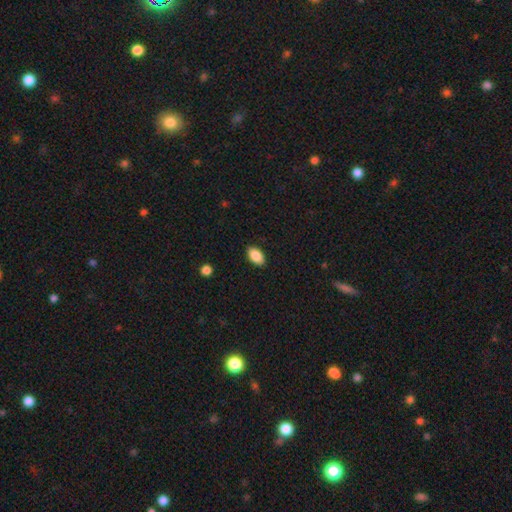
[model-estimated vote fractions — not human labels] This appears to be a smooth galaxy with no disk features (87%) that is in between round and cigar-shaped (93%). Merging: none (89%).